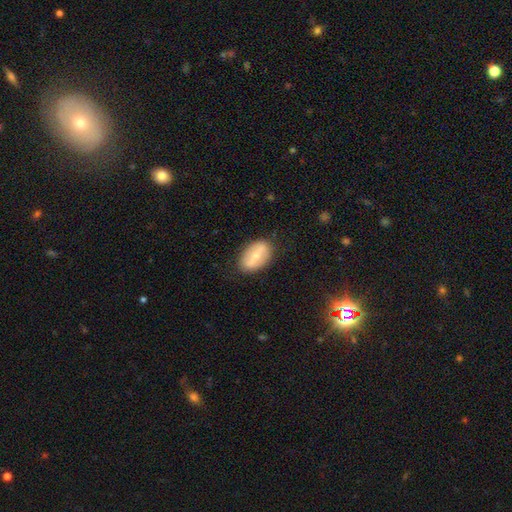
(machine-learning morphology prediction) smooth_or_featured: smooth (p=0.53) [alt: featured or disk p=0.40]
how_rounded: in between (p=0.90) [alt: round p=0.07]
merging: none (p=0.82) [alt: minor disturbance p=0.13]